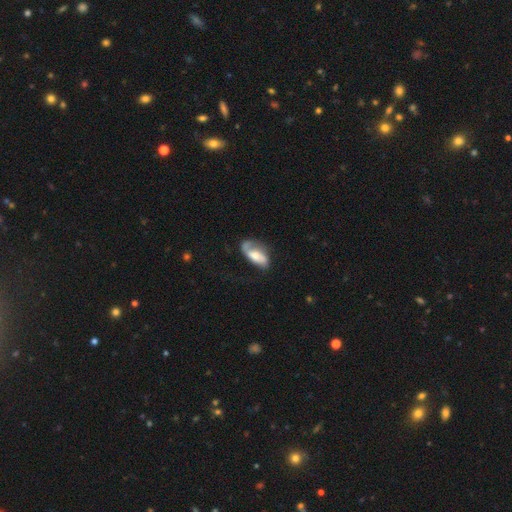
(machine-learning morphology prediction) Overall: featured or disk (54%; smooth 39%). Edge-on disk: no (90%). Merging: none (47%; minor disturbance 28%).